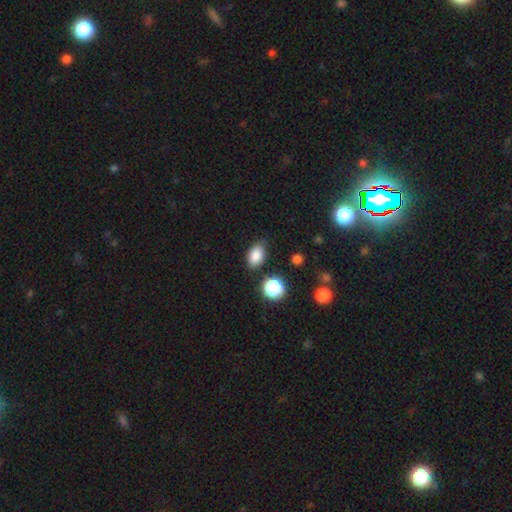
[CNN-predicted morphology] Smooth or featured? Predicted: smooth (p=0.85). How rounded? Predicted: in between (p=0.85). Merging? Predicted: none (p=0.75).